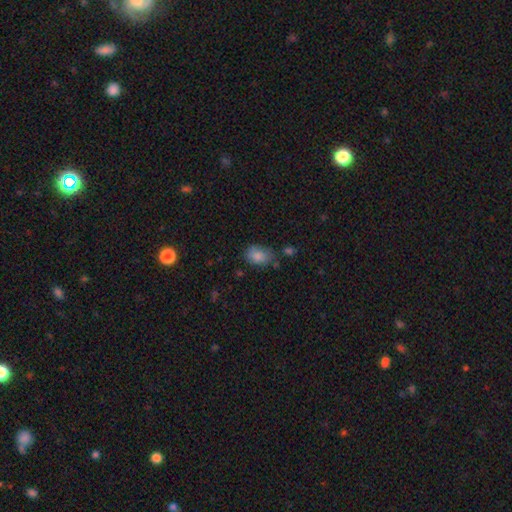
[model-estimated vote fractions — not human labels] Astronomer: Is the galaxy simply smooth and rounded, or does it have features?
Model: smooth — 84%.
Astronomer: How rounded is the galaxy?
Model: in between — 77%.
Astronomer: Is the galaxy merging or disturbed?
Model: none — 61%.